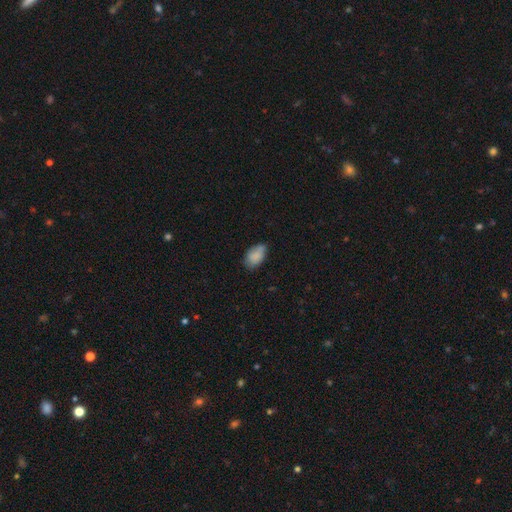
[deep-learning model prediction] Smooth or featured?
  - smooth: 84% *
  - featured or disk: 8%
  - star or artifact: 8%
How rounded?
  - in between: 90% *
  - round: 8%
  - cigar-shaped: 2%
Merging?
  - none: 60% *
  - minor disturbance: 32%
  - major disturbance: 6%
  - merger: 3%